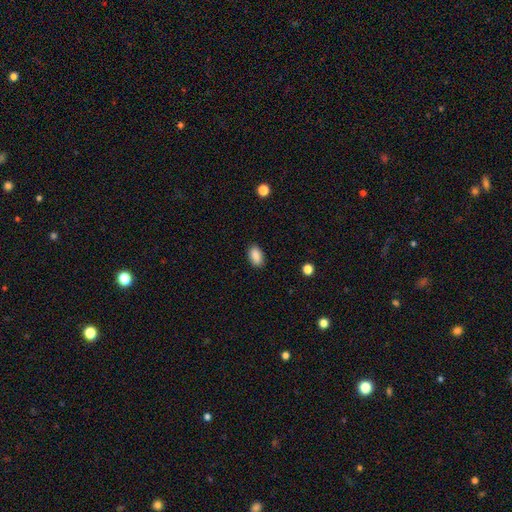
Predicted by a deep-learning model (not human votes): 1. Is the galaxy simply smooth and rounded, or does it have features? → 88% smooth, 8% star or artifact, 4% featured or disk.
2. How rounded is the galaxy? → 92% in between, 6% round, 2% cigar-shaped.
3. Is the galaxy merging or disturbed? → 87% none, 10% minor disturbance, 2% major disturbance, 1% merger.